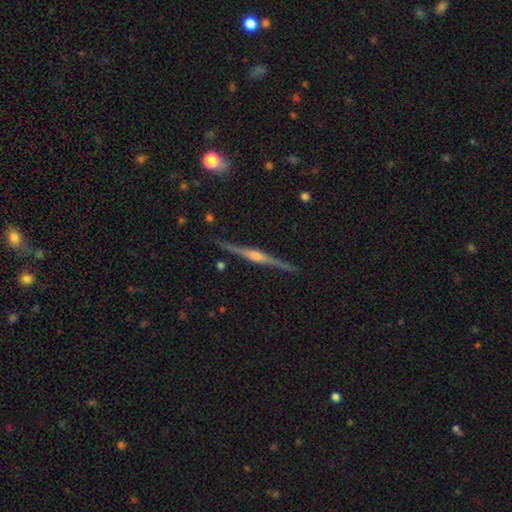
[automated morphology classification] Q: Smooth or featured?
A: featured or disk (85%); runner-up: smooth (10%)
Q: Edge-on disk?
A: yes (98%); runner-up: no (2%)
Q: Edge-on bulge?
A: rounded (83%); runner-up: boxy (12%)
Q: Merging?
A: none (90%); runner-up: minor disturbance (8%)